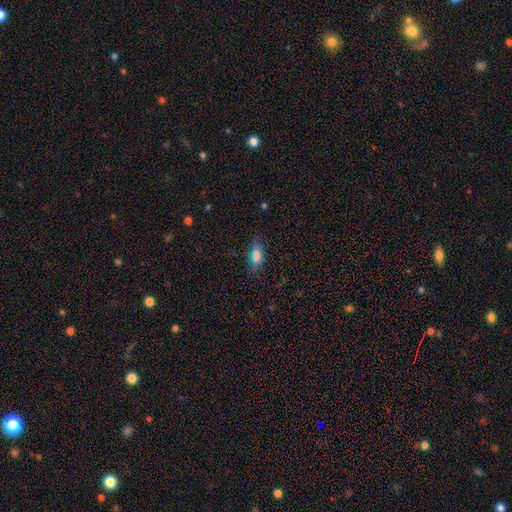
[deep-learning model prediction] The model was most divided on "smooth or featured": smooth: 68%, star or artifact: 17%, featured or disk: 15%. More confident: merging — none (80%); how rounded — in between (77%).